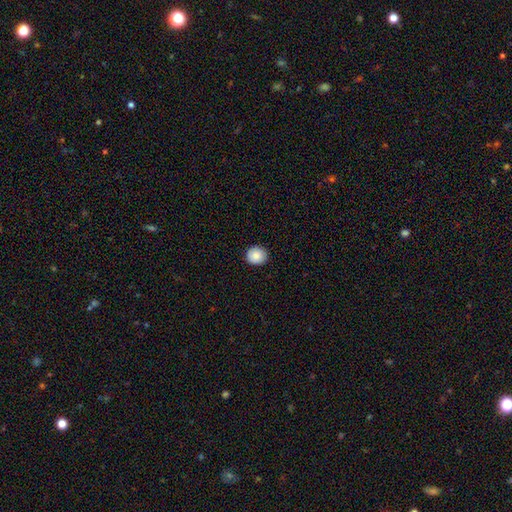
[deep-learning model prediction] smooth_or_featured: smooth (p=0.87) [alt: star or artifact p=0.08]
how_rounded: round (p=0.86) [alt: in between p=0.13]
merging: none (p=0.91) [alt: minor disturbance p=0.06]